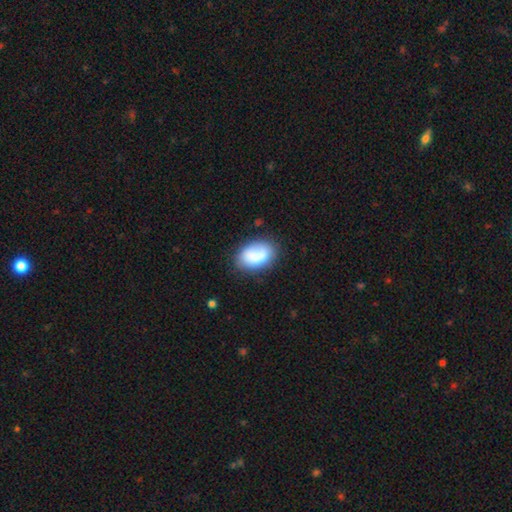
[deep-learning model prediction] Q: Smooth or featured?
A: smooth (83%); runner-up: featured or disk (9%)
Q: How rounded?
A: in between (86%); runner-up: round (13%)
Q: Merging?
A: none (72%); runner-up: minor disturbance (18%)